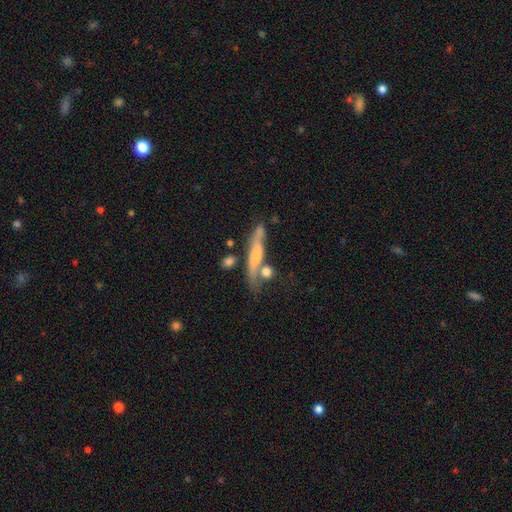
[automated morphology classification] This is possibly a featured or disk galaxy (58%). It is clearly viewed edge-on (82%). Merging: possibly none (59%).